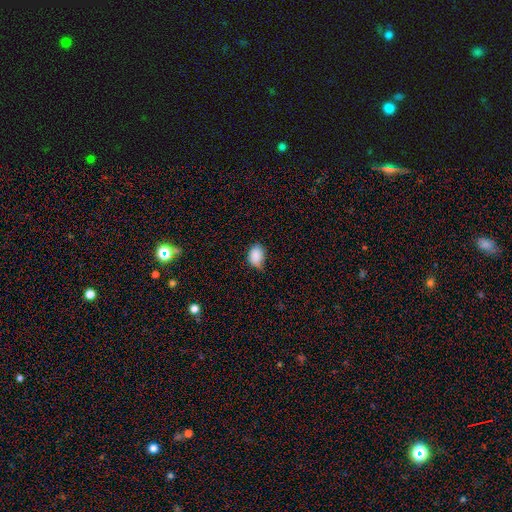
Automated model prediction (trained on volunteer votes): Smooth or featured? Predicted: smooth (p=0.87). How rounded? Predicted: in between (p=0.77). Merging? Predicted: none (p=0.49).